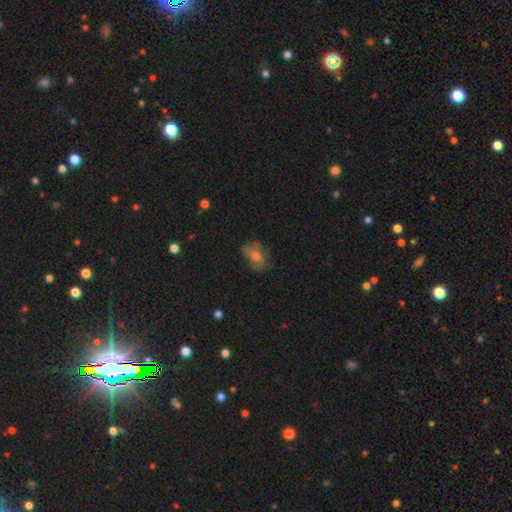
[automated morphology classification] The model was most divided on "smooth or featured": smooth: 51%, featured or disk: 36%, star or artifact: 13%. More confident: how rounded — in between (77%); merging — none (60%).